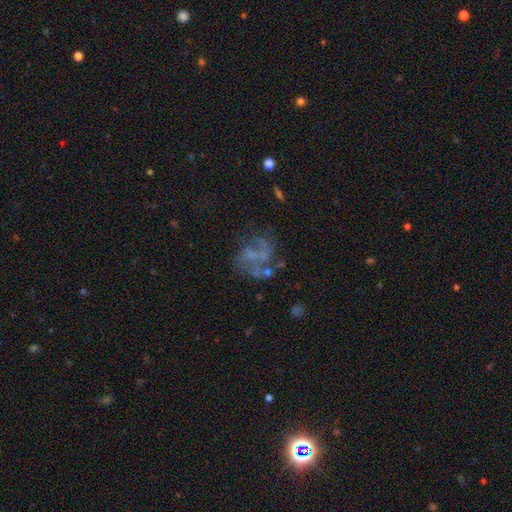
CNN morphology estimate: The model was most divided on "merging": none: 41%, major disturbance: 30%, minor disturbance: 17%, merger: 11%. More confident: edge-on disk — no (98%); bar — no (78%); bulge size — none (65%); smooth or featured — featured or disk (62%); spiral arms — no (57%).